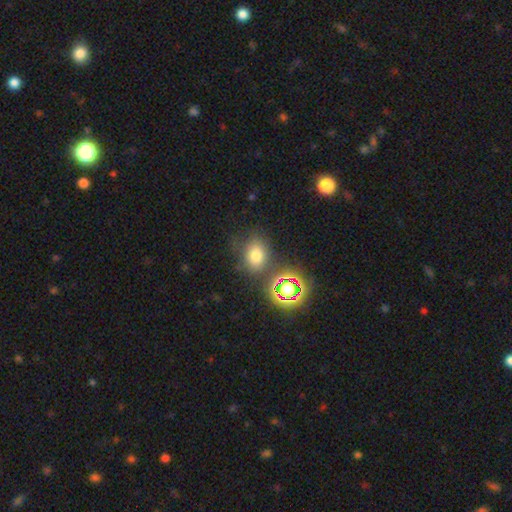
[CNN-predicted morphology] smooth_or_featured: smooth (p=0.65) [alt: star or artifact p=0.24]
how_rounded: in between (p=0.57) [alt: round p=0.41]
merging: none (p=0.73) [alt: minor disturbance p=0.14]